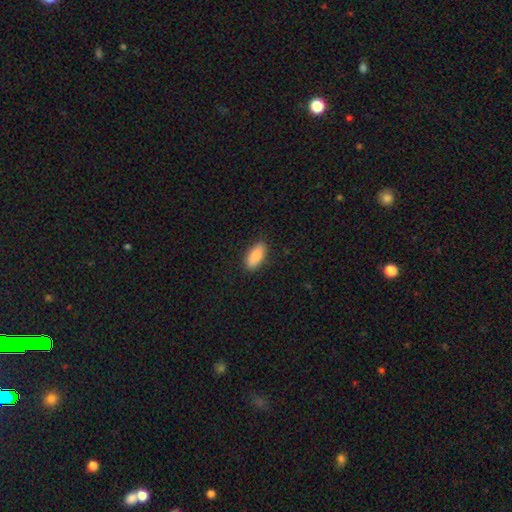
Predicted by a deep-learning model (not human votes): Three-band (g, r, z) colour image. It shows a smooth galaxy with no disk features (86%) that is in between round and cigar-shaped (86%). Merging: none (88%).